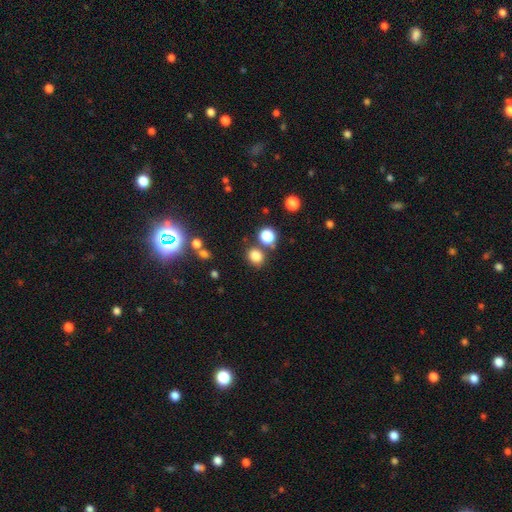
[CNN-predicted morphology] Q: Smooth or featured?
A: smooth (81%); runner-up: star or artifact (14%)
Q: How rounded?
A: round (77%); runner-up: in between (22%)
Q: Merging?
A: none (76%); runner-up: merger (11%)